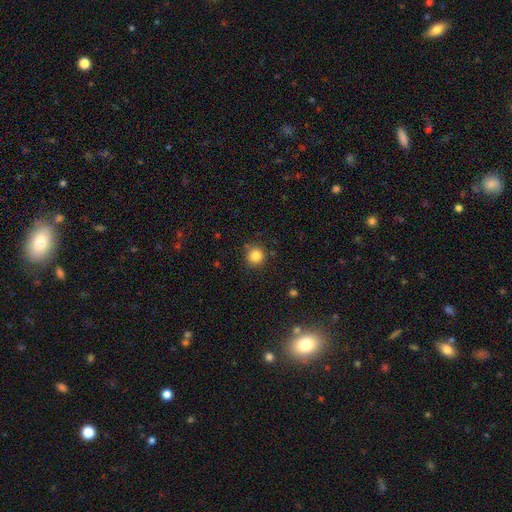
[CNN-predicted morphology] smooth-or-featured: smooth: 84% | star or artifact: 12% | featured or disk: 4%
  how-rounded: round: 92% | in between: 7% | cigar-shaped: 1%
  merging: none: 85% | minor disturbance: 10% | major disturbance: 3% | merger: 2%